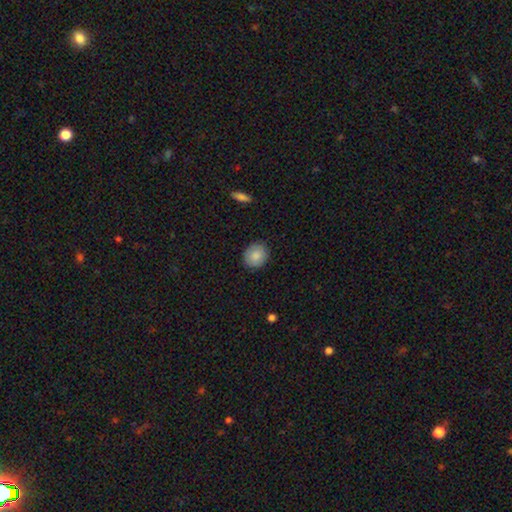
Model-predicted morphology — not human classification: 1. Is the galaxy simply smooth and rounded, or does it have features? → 85% smooth, 7% featured or disk, 7% star or artifact.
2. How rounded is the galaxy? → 72% round, 27% in between, 1% cigar-shaped.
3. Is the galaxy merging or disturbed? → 87% none, 10% minor disturbance, 2% major disturbance, 1% merger.